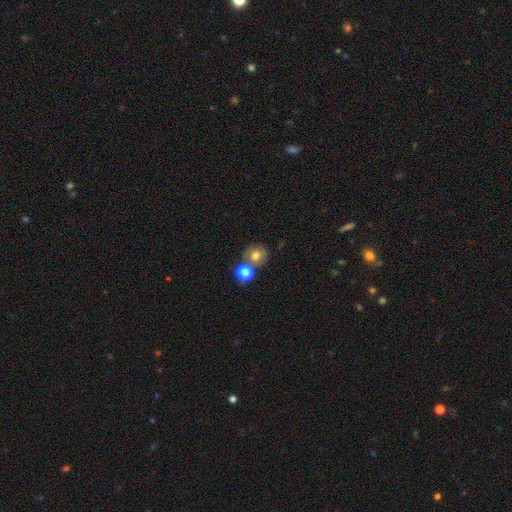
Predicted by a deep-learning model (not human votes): Smooth or featured? Predicted: smooth (p=0.72). How rounded? Predicted: round (p=0.86). Merging? Predicted: none (p=0.56).